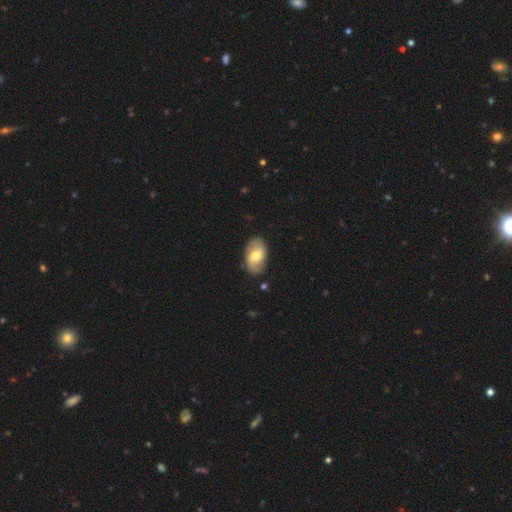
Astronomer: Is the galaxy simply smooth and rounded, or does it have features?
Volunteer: featured or disk — 69%.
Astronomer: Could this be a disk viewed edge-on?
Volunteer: no — 96%.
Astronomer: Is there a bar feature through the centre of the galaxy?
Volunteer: no — 50% (runner-up: weak, 42%).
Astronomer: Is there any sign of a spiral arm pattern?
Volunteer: yes — 75%.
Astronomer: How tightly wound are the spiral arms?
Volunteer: medium — 50% (runner-up: loose, 28%).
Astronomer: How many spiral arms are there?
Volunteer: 2 — 94%.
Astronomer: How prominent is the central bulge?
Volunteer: moderate — 67%.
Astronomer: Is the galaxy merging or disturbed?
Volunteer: none — 86%.